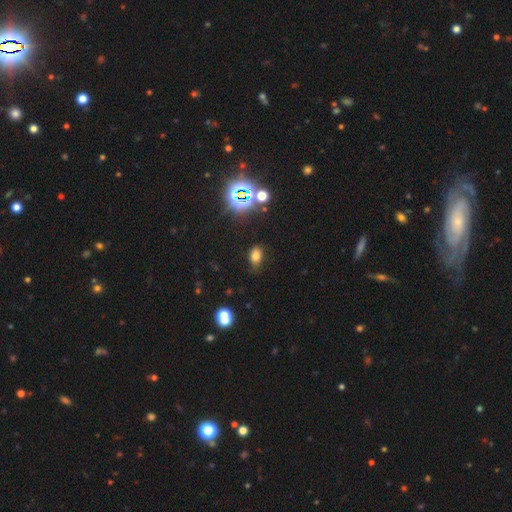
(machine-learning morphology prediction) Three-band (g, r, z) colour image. It shows a smooth galaxy with no disk features (72%) that is in between round and cigar-shaped (80%). Merging: none (78%).